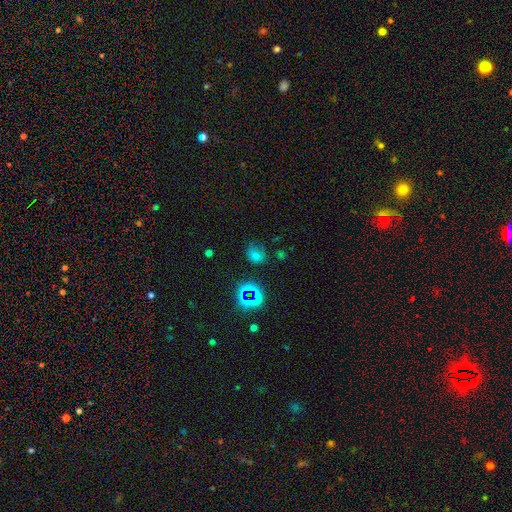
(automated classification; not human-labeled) smooth 48%, star or artifact 41%, featured or disk 11%. Down the decision tree: merging — none (70%).